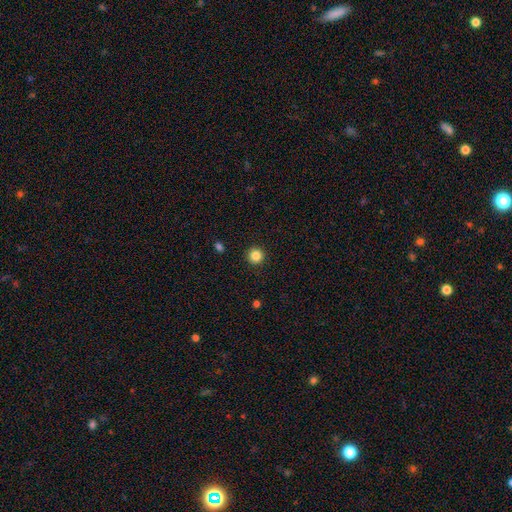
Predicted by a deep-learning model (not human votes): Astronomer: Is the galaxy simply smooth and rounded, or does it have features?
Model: smooth — 85%.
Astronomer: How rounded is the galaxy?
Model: round — 96%.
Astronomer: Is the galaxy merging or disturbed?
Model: none — 93%.